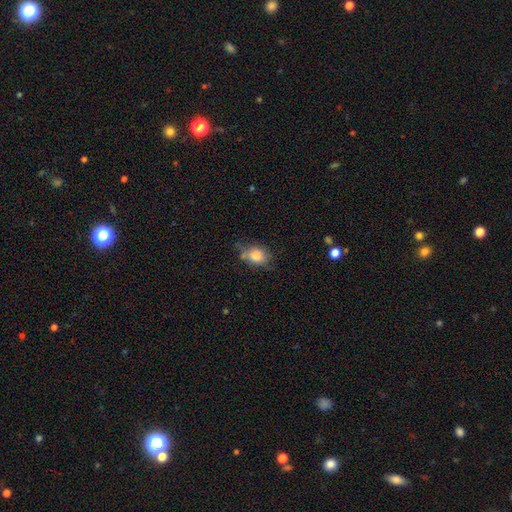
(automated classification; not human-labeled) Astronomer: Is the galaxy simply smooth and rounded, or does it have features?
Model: smooth — 76%.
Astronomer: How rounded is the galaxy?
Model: in between — 59% (runner-up: round, 38%).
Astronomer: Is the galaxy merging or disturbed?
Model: none — 53% (runner-up: minor disturbance, 30%).